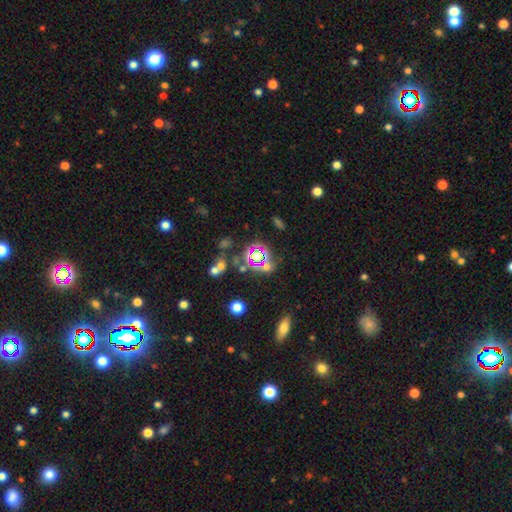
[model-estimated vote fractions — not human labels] The model was most divided on "smooth or featured": star or artifact: 59%, smooth: 27%, featured or disk: 14%.